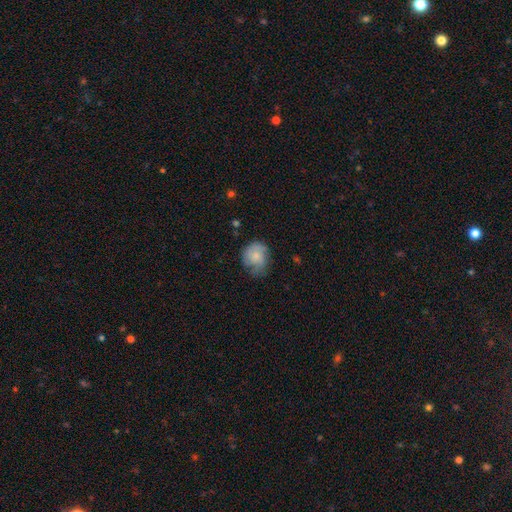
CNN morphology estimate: smooth 67%, featured or disk 26%, star or artifact 7%. Down the decision tree: how rounded — round (72%); merging — none (53%).